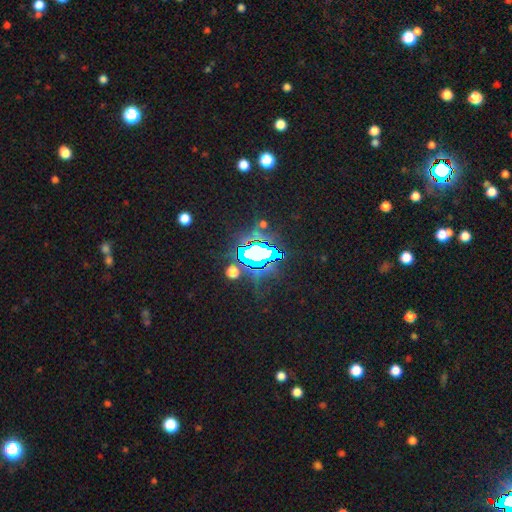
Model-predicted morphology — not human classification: Smooth or featured?
  - star or artifact: 71% *
  - smooth: 16%
  - featured or disk: 13%